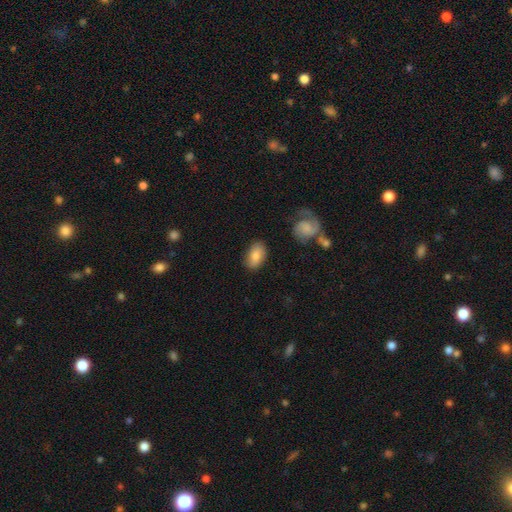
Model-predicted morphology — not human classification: type=smooth (81%); roundness=in between (91%); merging=none (80%).